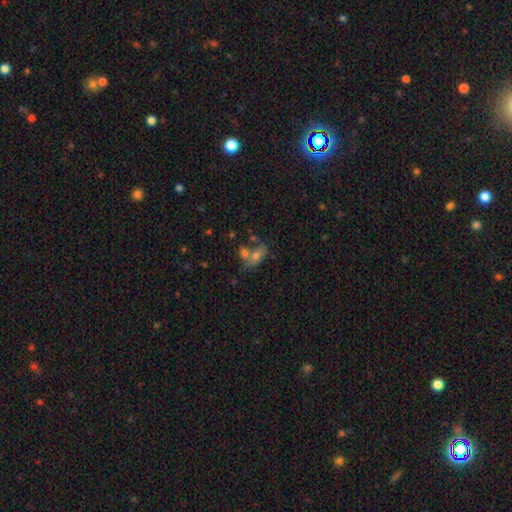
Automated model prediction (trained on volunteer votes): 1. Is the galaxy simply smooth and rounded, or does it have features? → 57% smooth, 23% featured or disk, 19% star or artifact.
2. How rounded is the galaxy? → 75% in between, 17% round, 8% cigar-shaped.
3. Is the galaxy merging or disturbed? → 39% merger (tied), 39% none (tied), 14% minor disturbance, 9% major disturbance.